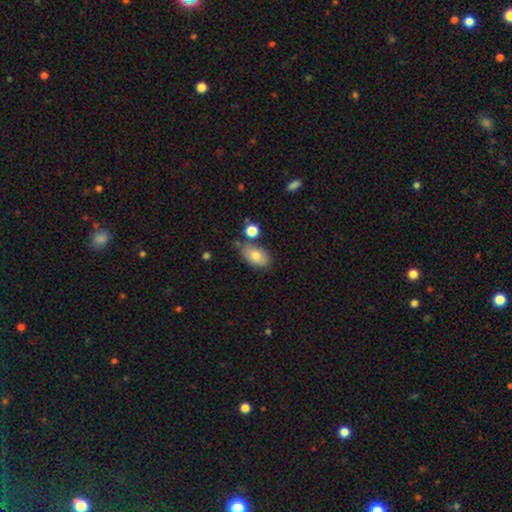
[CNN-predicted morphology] Q: Smooth or featured?
A: smooth (79%); runner-up: featured or disk (13%)
Q: How rounded?
A: in between (90%); runner-up: round (8%)
Q: Merging?
A: none (71%); runner-up: minor disturbance (16%)